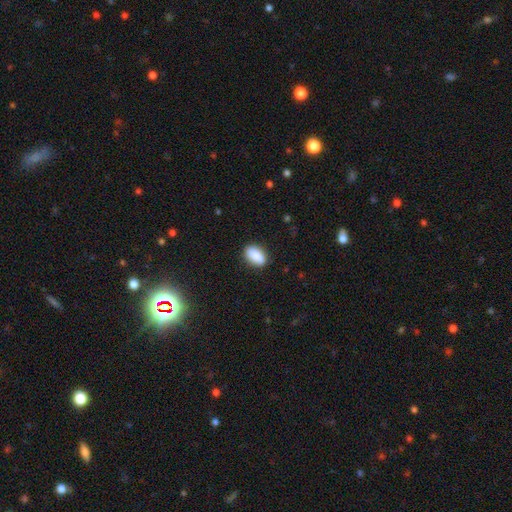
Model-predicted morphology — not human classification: smooth_or_featured: smooth (p=0.88) [alt: star or artifact p=0.07]
how_rounded: in between (p=0.90) [alt: round p=0.06]
merging: none (p=0.86) [alt: minor disturbance p=0.11]